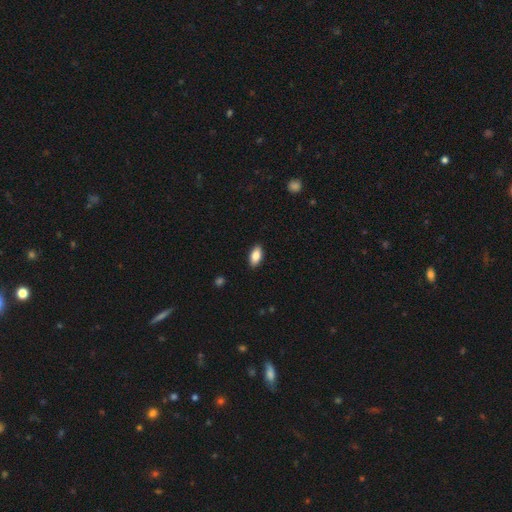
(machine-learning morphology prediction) Smooth or featured? smooth (85%)
How rounded? in between (91%)
Merging? none (89%)